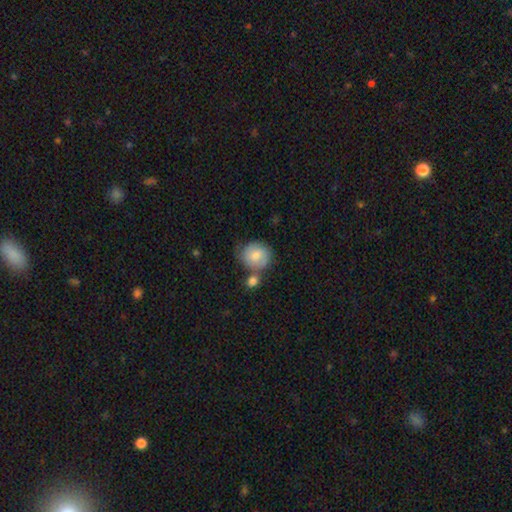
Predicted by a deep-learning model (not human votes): smooth_or_featured: smooth (p=0.74) [alt: featured or disk p=0.20]
how_rounded: round (p=0.78) [alt: in between p=0.21]
merging: none (p=0.50) [alt: merger p=0.24]